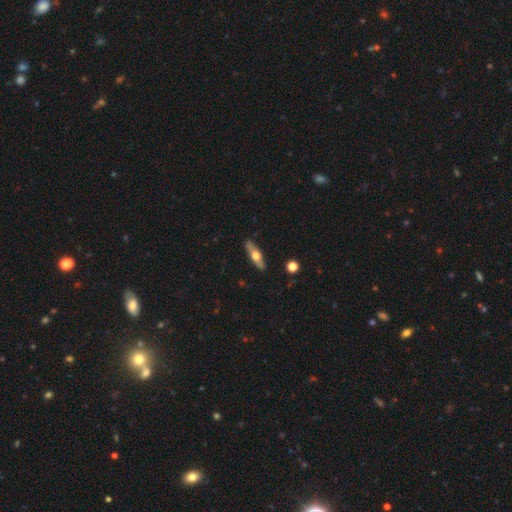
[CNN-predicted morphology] Overall: featured or disk (52%; smooth 43%). Edge-on disk: yes (84%). Merging: none (88%).